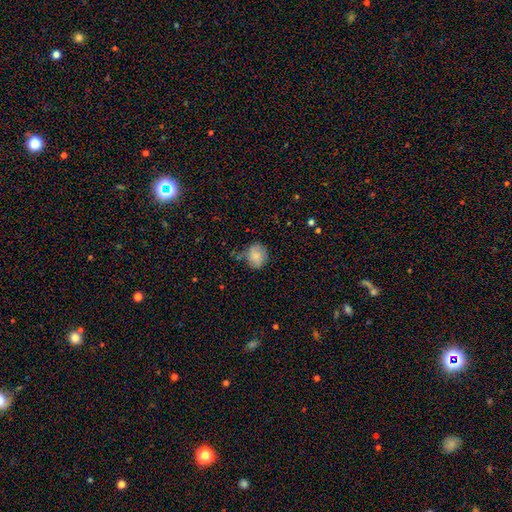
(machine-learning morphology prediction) Smooth or featured? smooth (80%)
How rounded? round (68%)
Merging? none (67%)